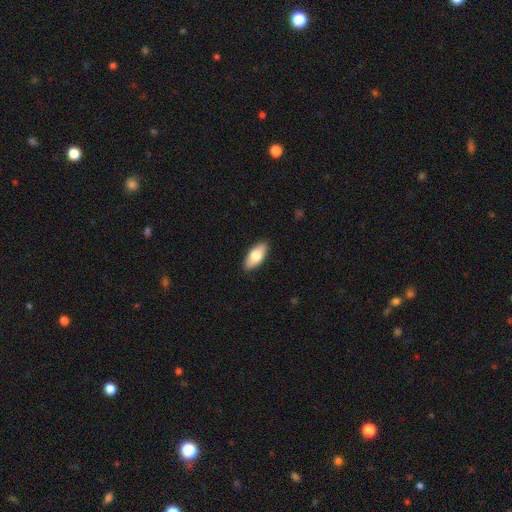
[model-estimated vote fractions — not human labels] This appears to be a smooth galaxy with no disk features (75%) that is in between round and cigar-shaped (89%). Merging: none (88%).